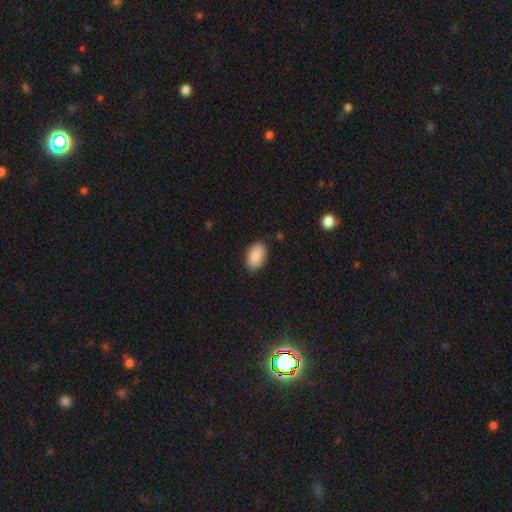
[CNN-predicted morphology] Smooth or featured?
  - smooth: 90% *
  - star or artifact: 6%
  - featured or disk: 4%
How rounded?
  - in between: 92% *
  - round: 6%
  - cigar-shaped: 1%
Merging?
  - none: 87% *
  - minor disturbance: 10%
  - major disturbance: 2%
  - merger: 1%